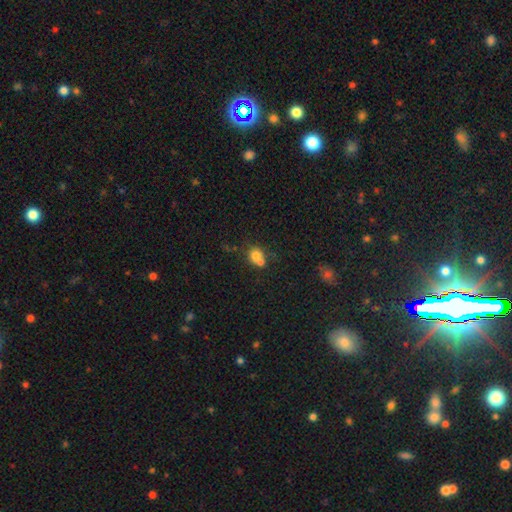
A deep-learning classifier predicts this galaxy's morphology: Overall: smooth (71%). How rounded: round (68%; in between 31%). Merging: merger (52%; none 33%).